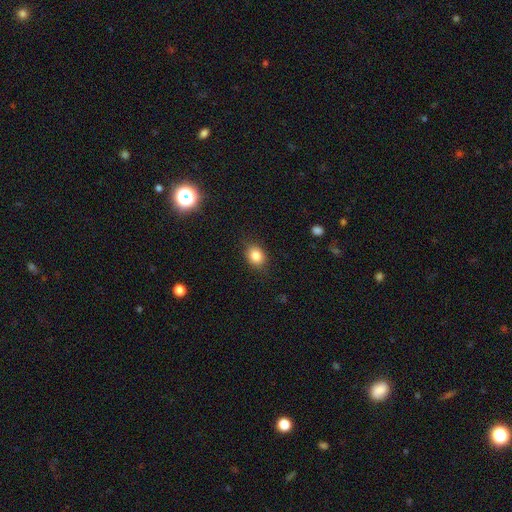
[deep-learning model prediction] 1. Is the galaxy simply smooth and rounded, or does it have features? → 84% smooth, 10% star or artifact, 6% featured or disk.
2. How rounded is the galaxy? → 54% in between, 45% round, 1% cigar-shaped.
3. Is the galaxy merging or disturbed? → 85% none, 11% minor disturbance, 3% major disturbance, 1% merger.